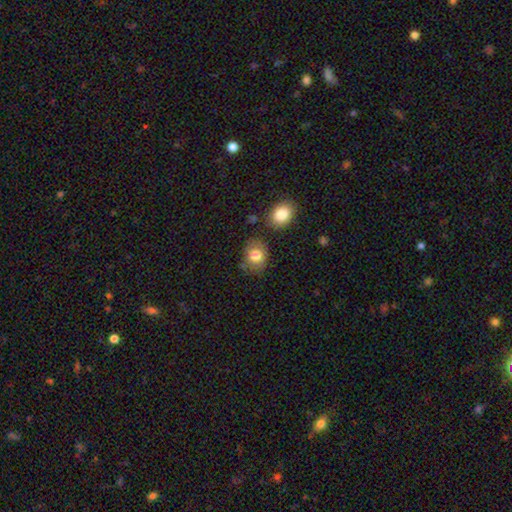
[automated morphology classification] smooth 81%, featured or disk 11%, star or artifact 8%. Down the decision tree: how rounded — round (51%); merging — none (69%).